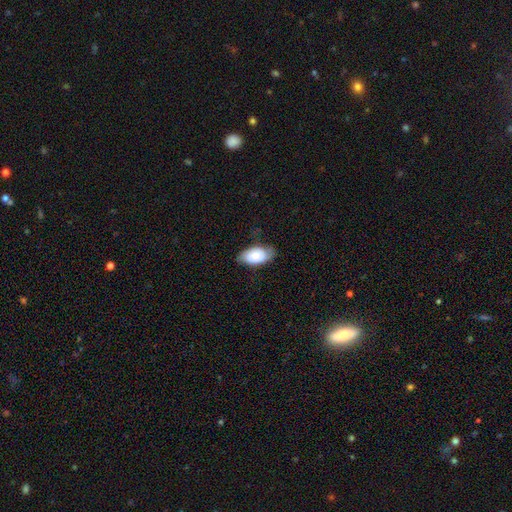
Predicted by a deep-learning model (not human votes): A smooth galaxy with no disk features (73%) that is in between round and cigar-shaped (94%). Merging: none (69%).